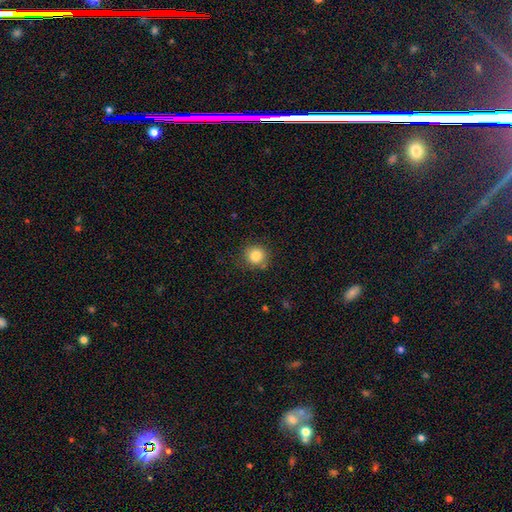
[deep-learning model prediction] Smooth or featured? Predicted: smooth (p=0.84). How rounded? Predicted: round (p=0.90). Merging? Predicted: none (p=0.83).